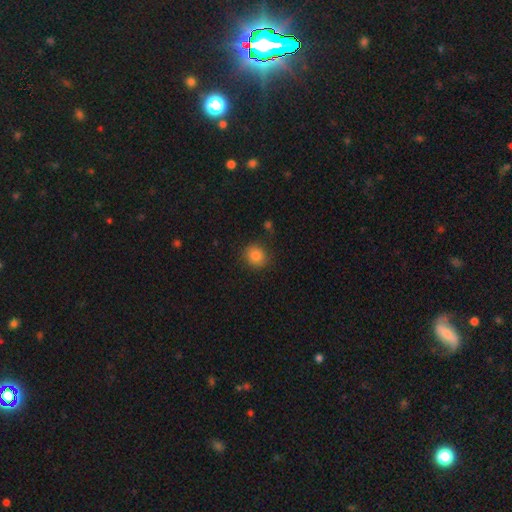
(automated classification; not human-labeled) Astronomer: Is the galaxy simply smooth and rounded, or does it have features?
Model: smooth — 85%.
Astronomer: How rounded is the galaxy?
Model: round — 83%.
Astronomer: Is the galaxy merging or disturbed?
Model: none — 84%.